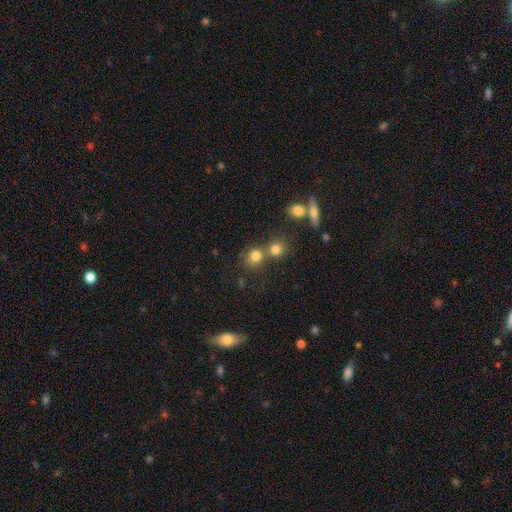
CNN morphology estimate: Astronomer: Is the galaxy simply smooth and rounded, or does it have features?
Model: smooth — 78%.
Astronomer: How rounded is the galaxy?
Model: round — 83%.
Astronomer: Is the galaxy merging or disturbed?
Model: none — 52% (runner-up: merger, 36%).